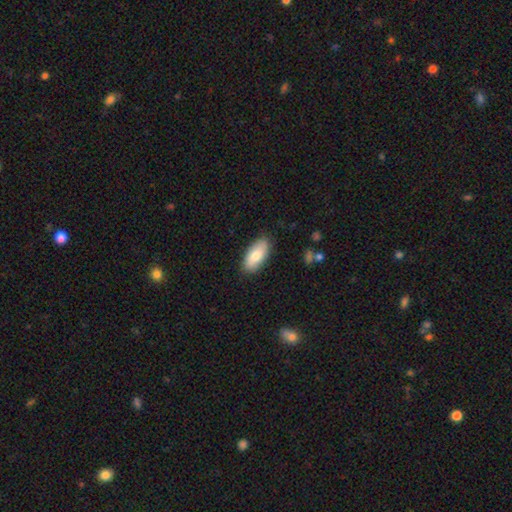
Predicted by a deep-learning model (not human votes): This is likely a smooth galaxy (80%). How rounded: clearly in between (91%). Merging: clearly none (86%).